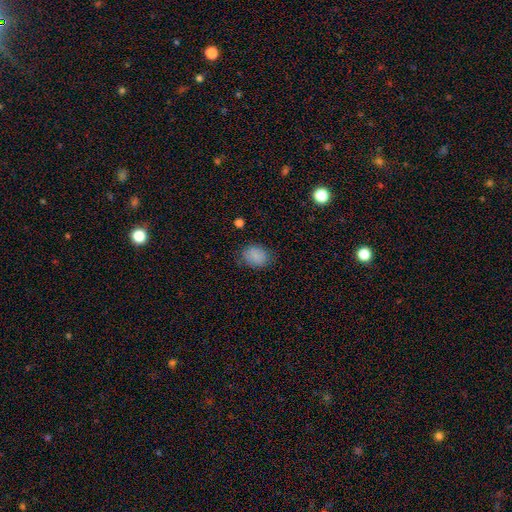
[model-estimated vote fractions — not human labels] smooth-or-featured: smooth: 85% | star or artifact: 9% | featured or disk: 6%
  how-rounded: in between: 52% | round: 47% | cigar-shaped: 1%
  merging: none: 79% | minor disturbance: 16% | major disturbance: 4% | merger: 1%